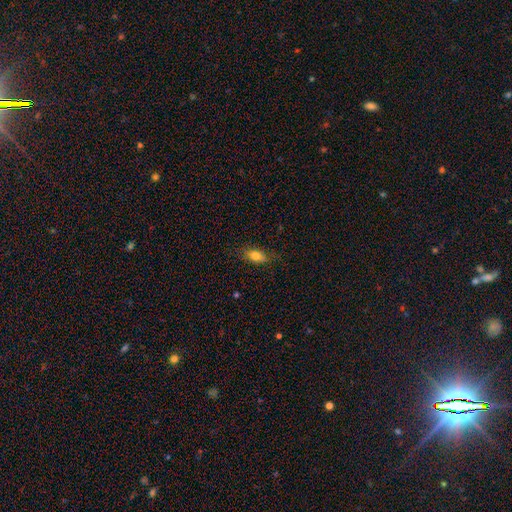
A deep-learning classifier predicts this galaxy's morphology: A smooth galaxy with no disk features (76%) that is in between round and cigar-shaped (78%).

Vote fractions:
- Smooth or featured? smooth: 76% / featured or disk: 15% / star or artifact: 9%
- How rounded? in between: 78% / cigar-shaped: 13% / round: 9%
- Merging? none: 79% / minor disturbance: 17% / major disturbance: 4% / merger: 1%